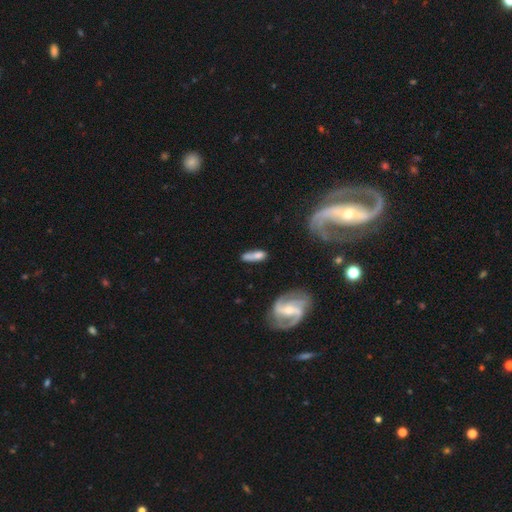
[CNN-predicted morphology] A smooth galaxy with no disk features (57%) that is cigar-shaped (51%). Merging: none (59%).